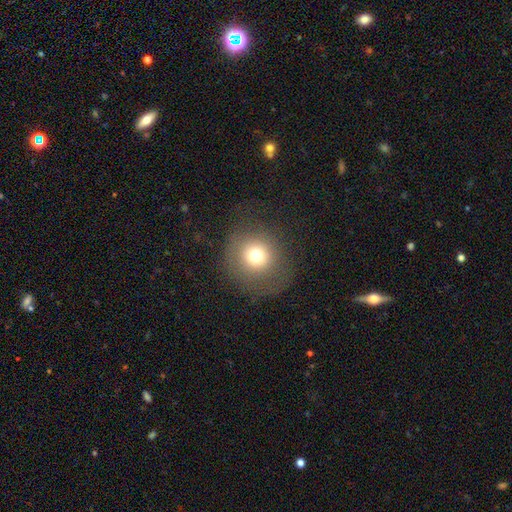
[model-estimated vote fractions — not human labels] Morphology: type=smooth (72%); roundness=round (92%); merging=none (75%).